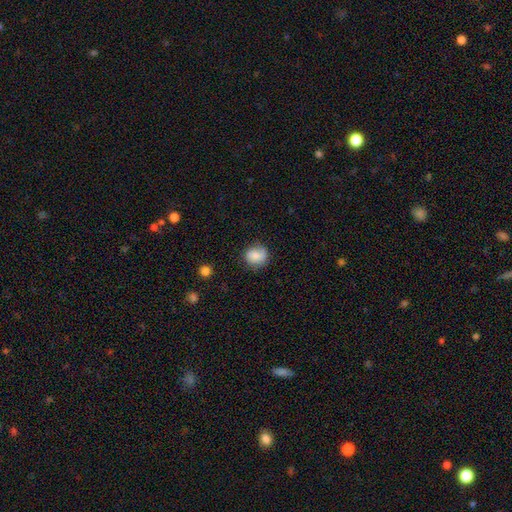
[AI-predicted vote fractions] This appears to be a smooth galaxy with no disk features (77%) that is round (78%). Merging: none (73%).